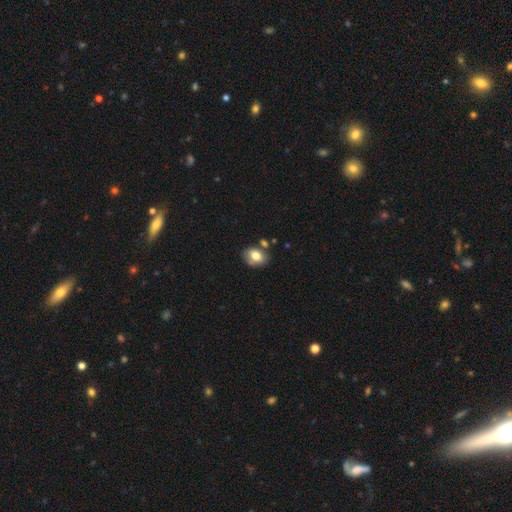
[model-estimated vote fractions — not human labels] smooth-or-featured: smooth: 75% | featured or disk: 16% | star or artifact: 9%
  how-rounded: in between: 69% | round: 30% | cigar-shaped: 1%
  merging: none: 66% | minor disturbance: 18% | merger: 12% | major disturbance: 4%